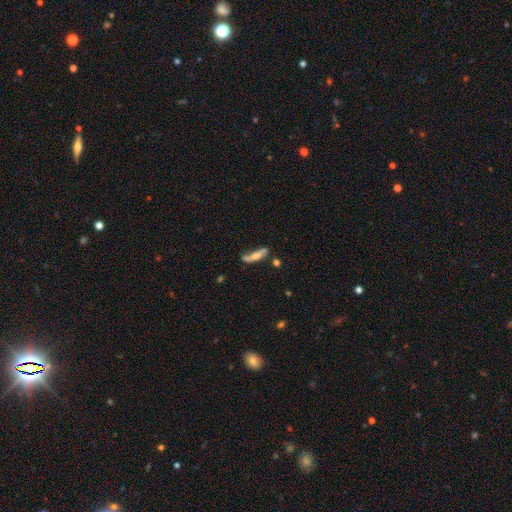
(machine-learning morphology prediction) Overall: smooth (54%; featured or disk 38%). How rounded: cigar-shaped (72%). Merging: none (48%; minor disturbance 28%).